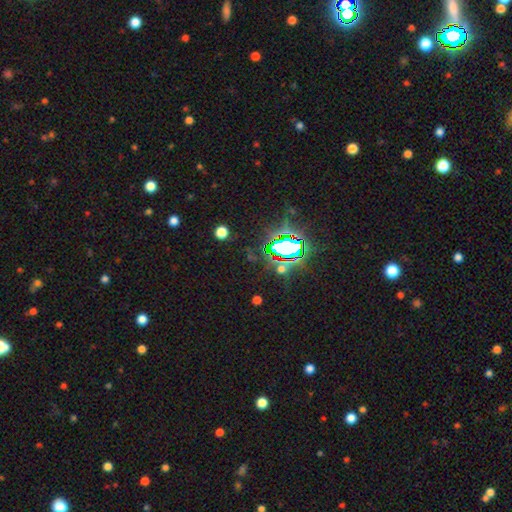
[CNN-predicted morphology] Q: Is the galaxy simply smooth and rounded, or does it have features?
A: star or artifact — 83%.